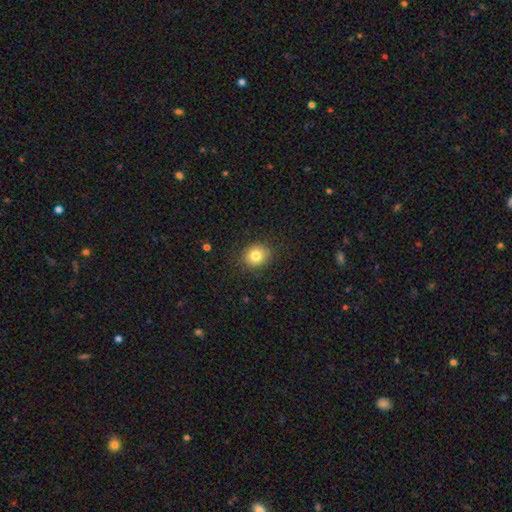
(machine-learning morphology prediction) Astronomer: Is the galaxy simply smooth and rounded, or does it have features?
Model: smooth — 80%.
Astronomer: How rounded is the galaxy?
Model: round — 75%.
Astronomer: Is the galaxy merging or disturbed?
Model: none — 87%.